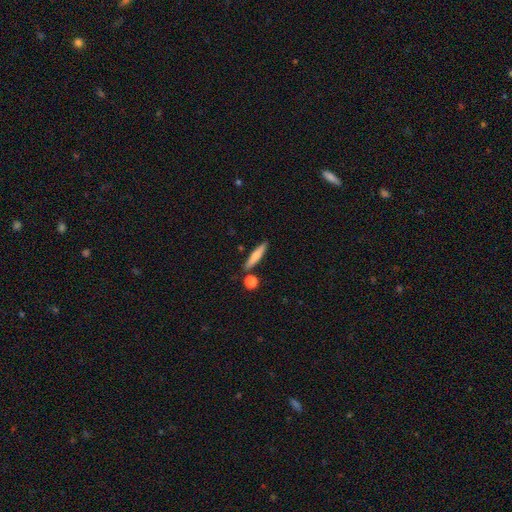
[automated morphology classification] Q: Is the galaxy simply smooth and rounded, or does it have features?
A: smooth — 70%.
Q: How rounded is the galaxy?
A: cigar-shaped — 83%.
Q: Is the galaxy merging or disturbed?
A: none — 82%.